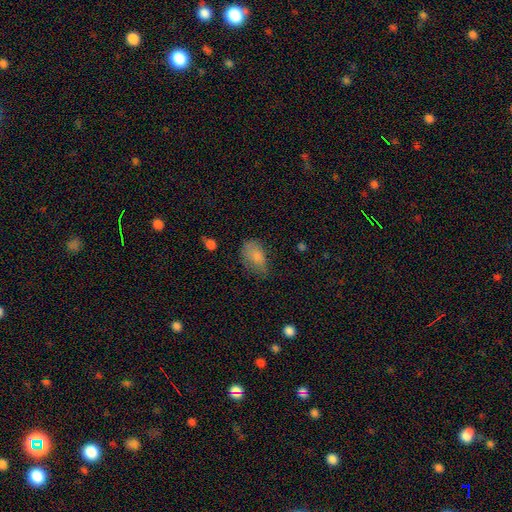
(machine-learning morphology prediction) Q: Smooth or featured?
A: smooth (80%); runner-up: featured or disk (11%)
Q: How rounded?
A: in between (87%); runner-up: round (12%)
Q: Merging?
A: none (45%); runner-up: minor disturbance (37%)